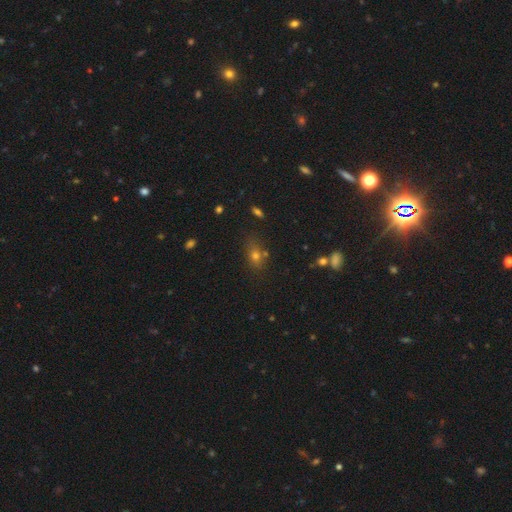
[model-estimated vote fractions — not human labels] smooth 64%, star or artifact 25%, featured or disk 11%. Down the decision tree: how rounded — in between (55%); merging — none (68%).